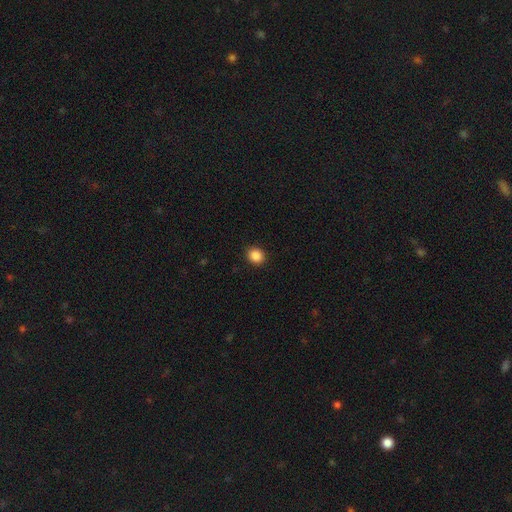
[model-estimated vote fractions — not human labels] Smooth or featured? Predicted: smooth (p=0.88). How rounded? Predicted: round (p=0.67). Merging? Predicted: none (p=0.90).